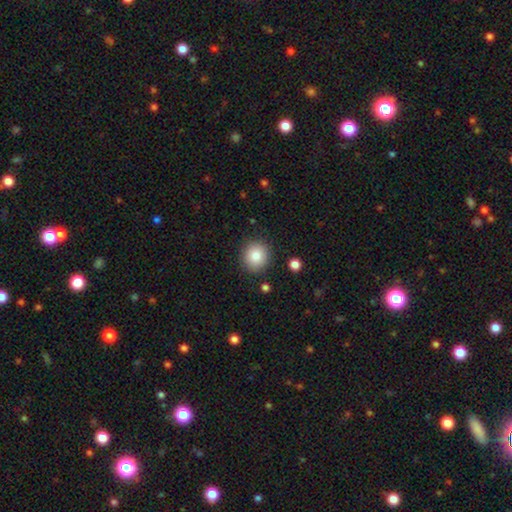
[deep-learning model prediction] Smooth or featured?
  - smooth: 85% *
  - star or artifact: 9%
  - featured or disk: 7%
How rounded?
  - round: 88% *
  - in between: 11%
  - cigar-shaped: 1%
Merging?
  - none: 88% *
  - minor disturbance: 8%
  - major disturbance: 2%
  - merger: 2%